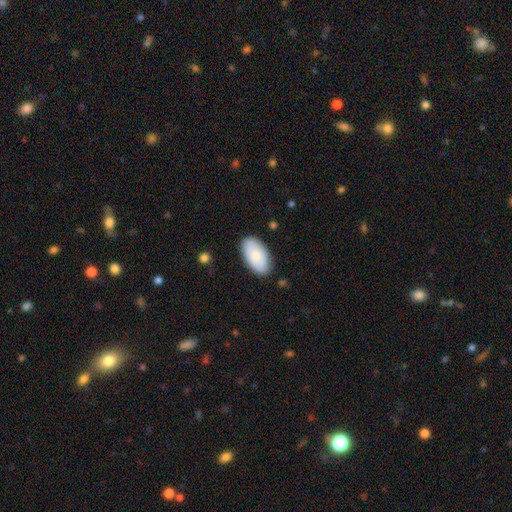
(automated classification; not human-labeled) smooth 84%, featured or disk 11%, star or artifact 6%. Down the decision tree: how rounded — in between (96%); merging — none (85%).